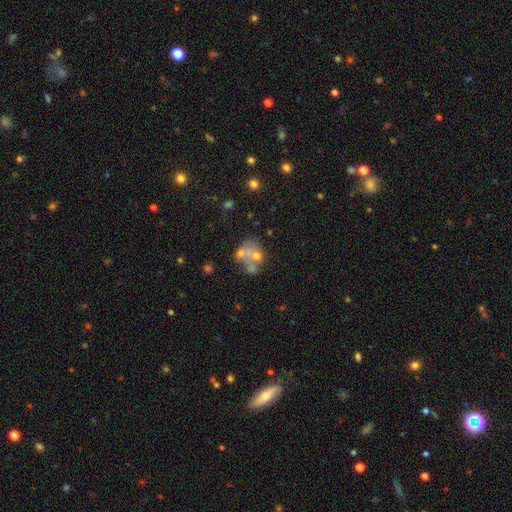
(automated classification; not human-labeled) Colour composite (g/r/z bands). It shows a featured or disk galaxy (44%). Merging: merger (42%).